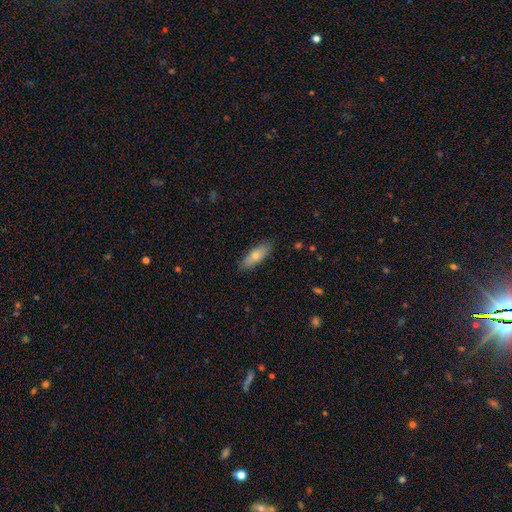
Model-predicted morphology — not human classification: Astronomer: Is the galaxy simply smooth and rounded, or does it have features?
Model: smooth — 71%.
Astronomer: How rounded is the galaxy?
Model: in between — 57% (runner-up: cigar-shaped, 40%).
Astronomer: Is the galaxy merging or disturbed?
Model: none — 87%.